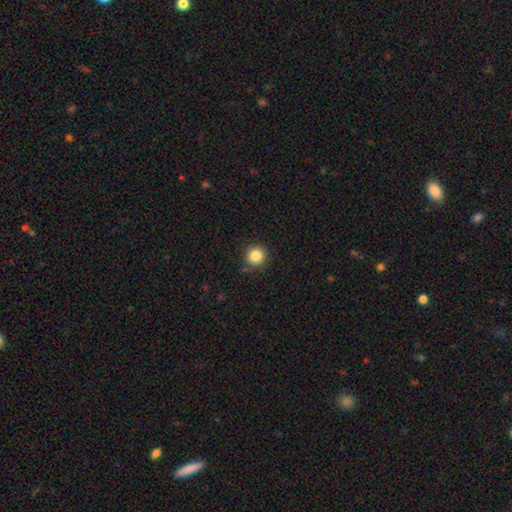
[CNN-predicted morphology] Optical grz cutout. It shows a smooth galaxy with no disk features (85%) that is round (94%). Merging: none (86%).